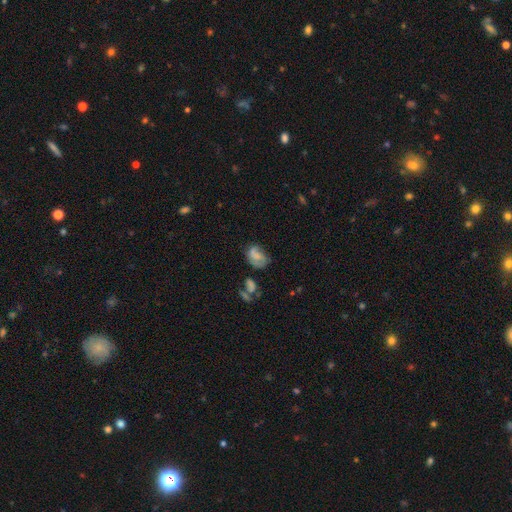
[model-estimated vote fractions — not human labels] smooth 55%, featured or disk 33%, star or artifact 11%. Down the decision tree: how rounded — in between (76%); merging — none (39%).